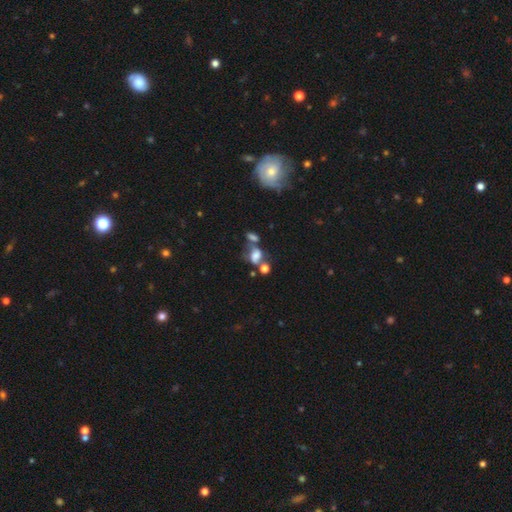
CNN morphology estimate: smooth_or_featured: smooth (p=0.59) [alt: featured or disk p=0.25]
how_rounded: in between (p=0.73) [alt: round p=0.25]
merging: merger (p=0.41) [alt: none p=0.28]